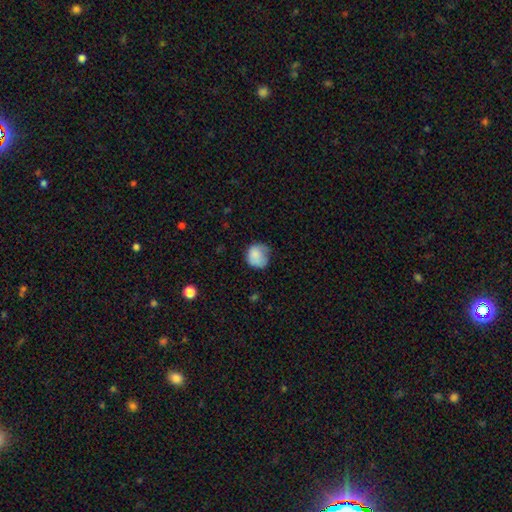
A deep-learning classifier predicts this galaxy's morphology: A smooth galaxy with no disk features (81%) that is round (78%).

Vote fractions:
- Smooth or featured? smooth: 81% / featured or disk: 11% / star or artifact: 8%
- How rounded? round: 78% / in between: 21% / cigar-shaped: 1%
- Merging? none: 50% / minor disturbance: 34% / major disturbance: 14% / merger: 2%